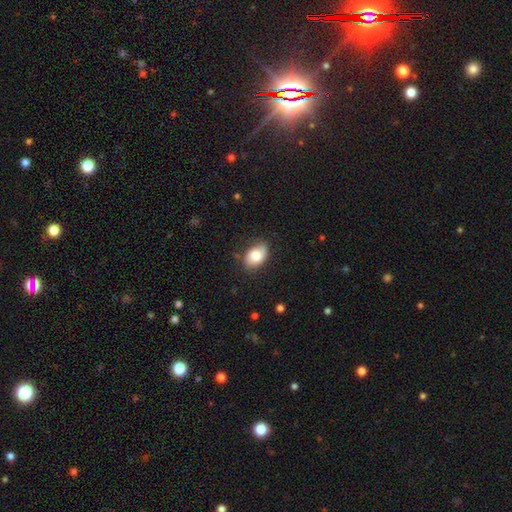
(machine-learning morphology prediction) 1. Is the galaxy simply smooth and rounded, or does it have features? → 79% smooth, 14% featured or disk, 7% star or artifact.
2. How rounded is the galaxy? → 85% in between, 14% round, 1% cigar-shaped.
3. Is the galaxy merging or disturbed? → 78% none, 17% minor disturbance, 4% major disturbance, 1% merger.